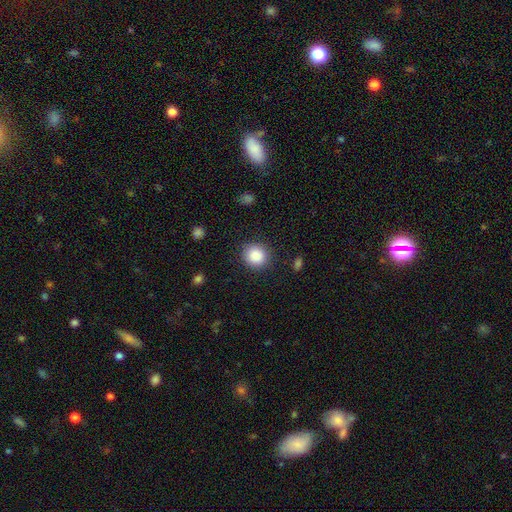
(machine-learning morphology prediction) The model was most divided on "how rounded": round: 86%, in between: 13%, cigar-shaped: 1%. More confident: merging — none (88%); smooth or featured — smooth (87%).